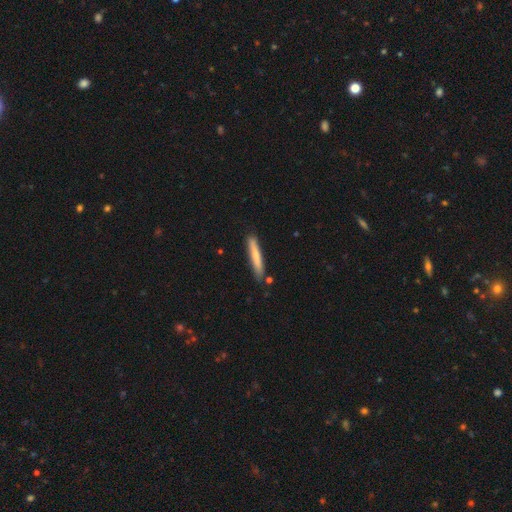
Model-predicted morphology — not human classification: Q: Smooth or featured?
A: smooth (70%); runner-up: featured or disk (25%)
Q: How rounded?
A: cigar-shaped (94%); runner-up: in between (5%)
Q: Merging?
A: none (84%); runner-up: minor disturbance (11%)